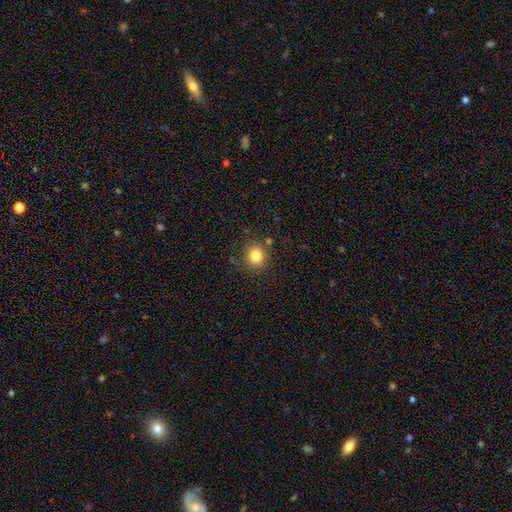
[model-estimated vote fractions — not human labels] Smooth or featured: smooth — 82% (star or artifact — 12%)
How rounded: round — 85% (in between — 14%)
Merging: none — 84% (minor disturbance — 9%)